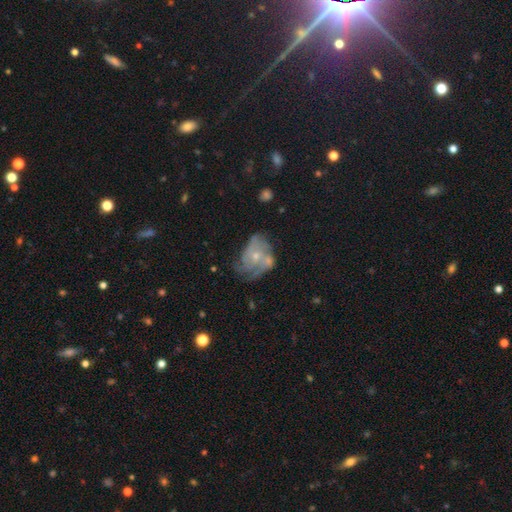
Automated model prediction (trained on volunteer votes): Q: Smooth or featured?
A: featured or disk (74%); runner-up: smooth (18%)
Q: Edge-on disk?
A: no (98%); runner-up: yes (2%)
Q: Bar?
A: no (78%); runner-up: weak (19%)
Q: Spiral arms?
A: yes (82%); runner-up: no (18%)
Q: Spiral winding?
A: tight (40%); tied with: medium (40%)
Q: Spiral arm count?
A: can't tell (32%); runner-up: 3 (29%)
Q: Bulge size?
A: small (62%); runner-up: moderate (33%)
Q: Merging?
A: none (35%); runner-up: minor disturbance (22%)